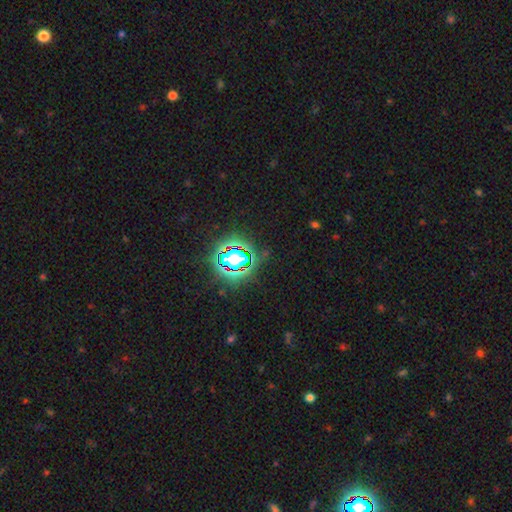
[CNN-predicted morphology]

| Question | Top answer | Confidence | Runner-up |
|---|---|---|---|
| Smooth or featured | star or artifact | 78% | smooth (14%) |